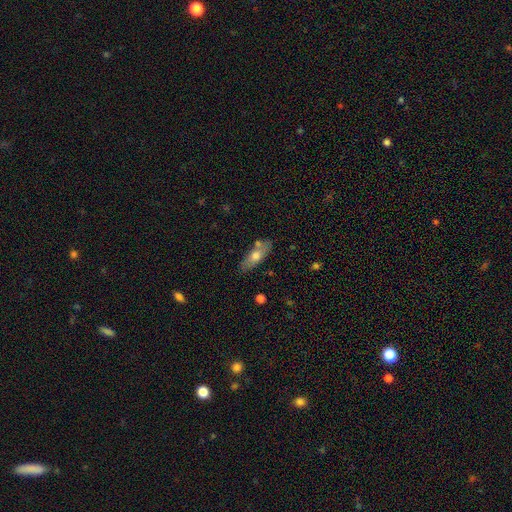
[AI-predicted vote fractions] A smooth galaxy with no disk features (63%) that is in between round and cigar-shaped (66%). Merging: none (72%).